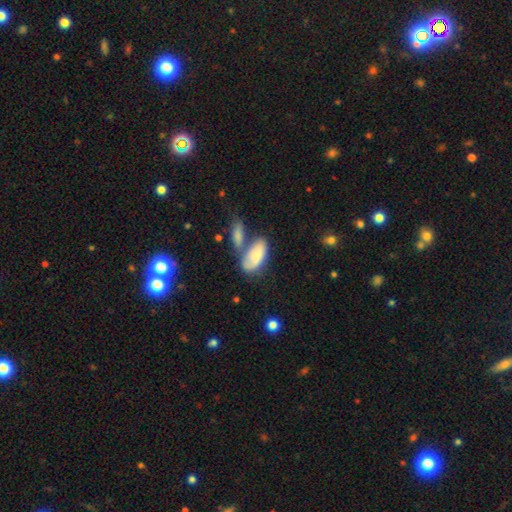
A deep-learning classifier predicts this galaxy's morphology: Overall: smooth (72%). How rounded: in between (90%). Merging: merger (41%; none 34%).